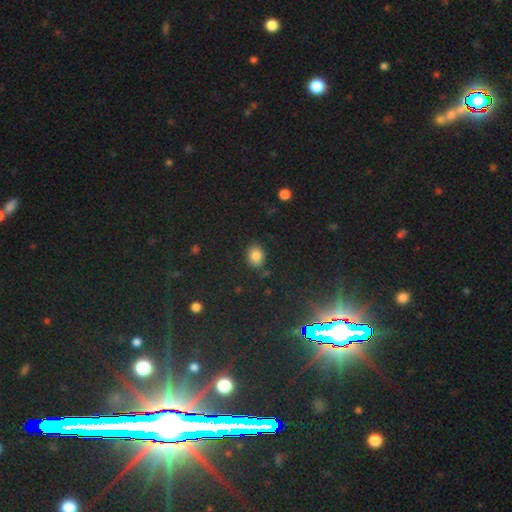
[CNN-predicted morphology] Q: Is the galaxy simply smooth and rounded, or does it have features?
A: smooth — 81%.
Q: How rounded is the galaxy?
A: in between — 56%.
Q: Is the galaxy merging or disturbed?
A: none — 83%.